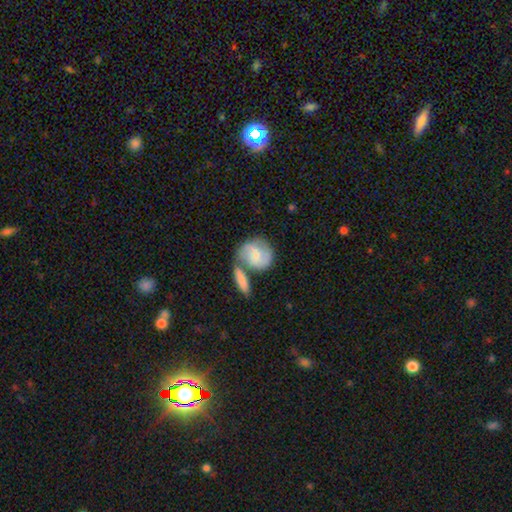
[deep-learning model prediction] Morphology: type=featured or disk (50%); merging=none (41%).